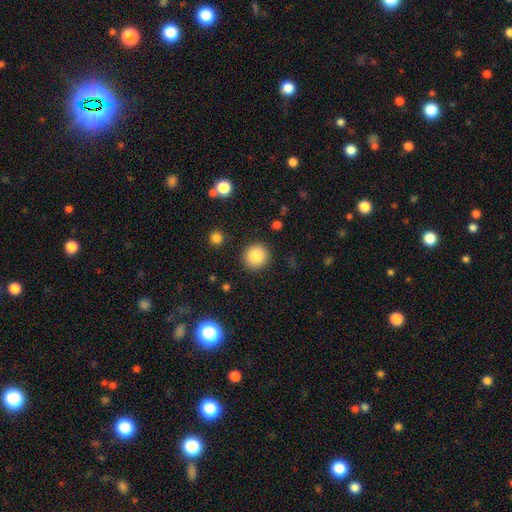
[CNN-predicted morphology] A smooth galaxy with no disk features (86%) that is round (94%). Merging: none (91%).